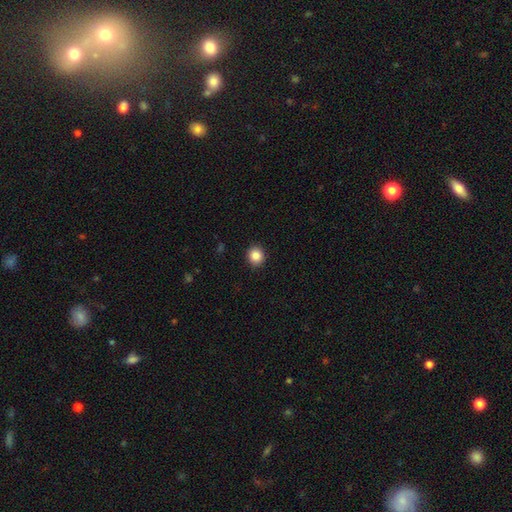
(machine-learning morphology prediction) Smooth or featured? Predicted: smooth (p=0.86). How rounded? Predicted: round (p=0.86). Merging? Predicted: none (p=0.92).